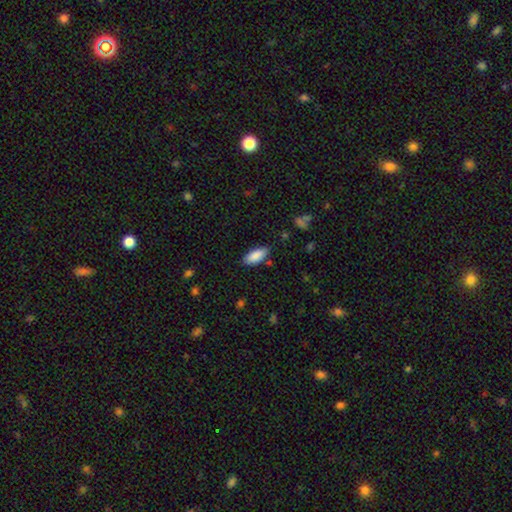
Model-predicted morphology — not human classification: Overall: smooth (88%). How rounded: in between (86%). Merging: none (81%).